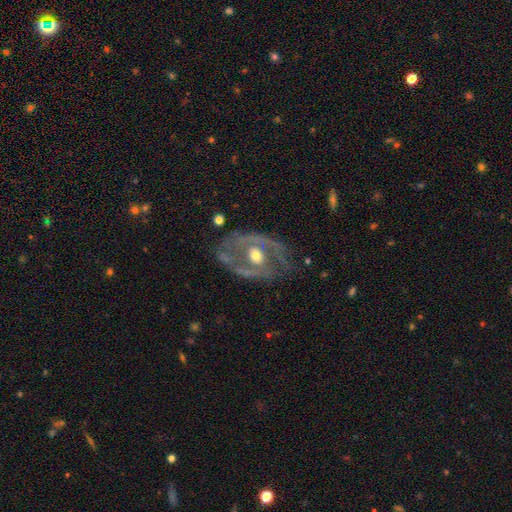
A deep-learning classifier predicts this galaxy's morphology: Q: Smooth or featured?
A: featured or disk (82%); runner-up: smooth (12%)
Q: Edge-on disk?
A: no (96%); runner-up: yes (4%)
Q: Bar?
A: no (69%); runner-up: weak (23%)
Q: Spiral arms?
A: yes (68%); runner-up: no (32%)
Q: Spiral winding?
A: medium (41%); runner-up: tight (39%)
Q: Spiral arm count?
A: 2 (56%); runner-up: can't tell (22%)
Q: Bulge size?
A: moderate (74%); runner-up: small (16%)
Q: Merging?
A: none (61%); runner-up: minor disturbance (21%)